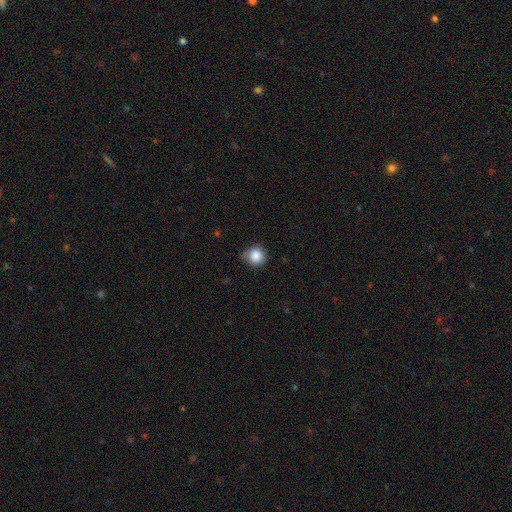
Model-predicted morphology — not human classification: Smooth or featured: smooth — 87% (star or artifact — 9%)
How rounded: round — 92% (in between — 7%)
Merging: none — 70% (minor disturbance — 24%)